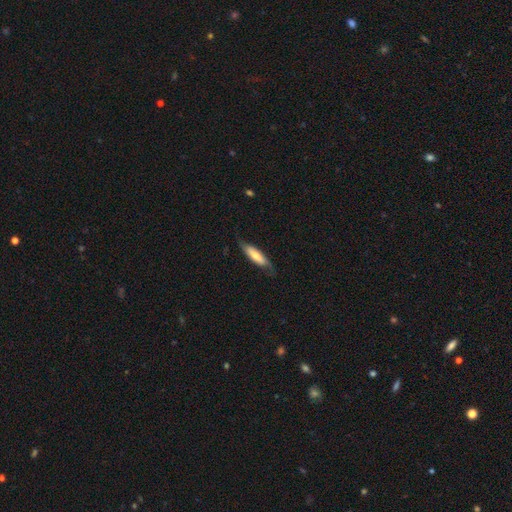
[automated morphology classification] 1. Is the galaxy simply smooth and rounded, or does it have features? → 59% smooth, 35% featured or disk, 6% star or artifact.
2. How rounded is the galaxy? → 61% cigar-shaped, 37% in between, 2% round.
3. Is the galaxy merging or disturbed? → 70% none, 22% minor disturbance, 7% major disturbance, 1% merger.